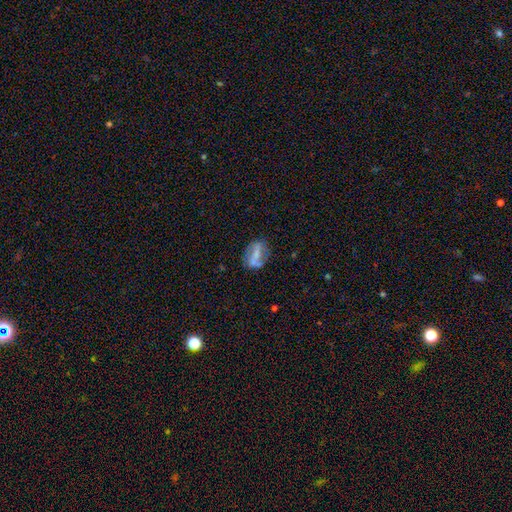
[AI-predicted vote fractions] A featured or disk galaxy (51%). Merging: none (58%).